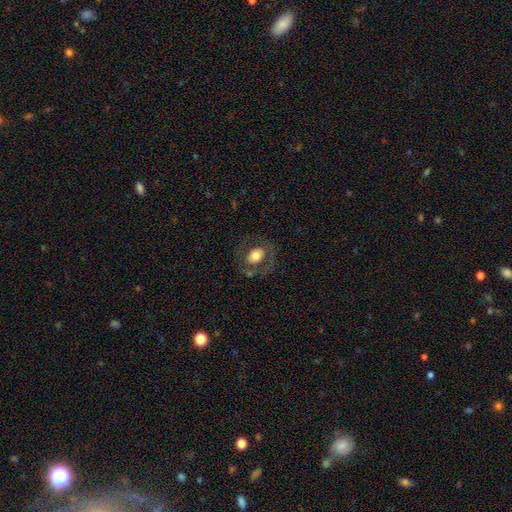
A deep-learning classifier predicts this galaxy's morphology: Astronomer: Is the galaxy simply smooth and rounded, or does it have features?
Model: smooth — 57% (runner-up: featured or disk, 35%).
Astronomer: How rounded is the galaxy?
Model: in between — 50% (runner-up: round, 49%).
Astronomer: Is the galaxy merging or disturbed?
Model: none — 75%.